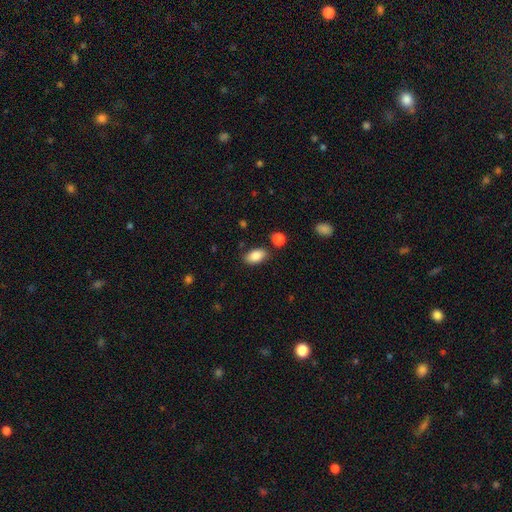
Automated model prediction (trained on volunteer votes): Smooth or featured: smooth — 87% (star or artifact — 7%)
How rounded: in between — 93% (round — 5%)
Merging: none — 82% (minor disturbance — 11%)